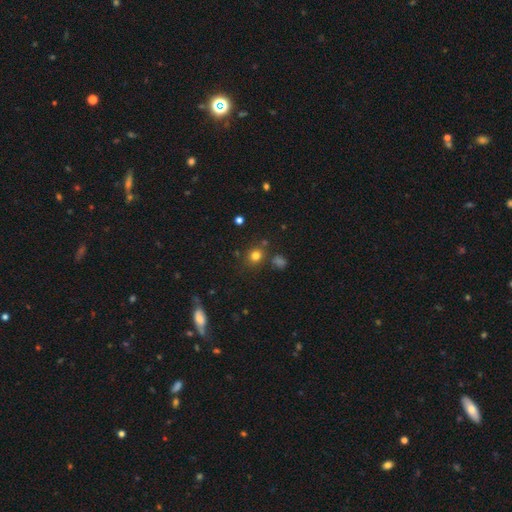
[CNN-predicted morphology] This is likely a smooth galaxy (77%). How rounded: likely round (80%). Merging: likely none (79%).